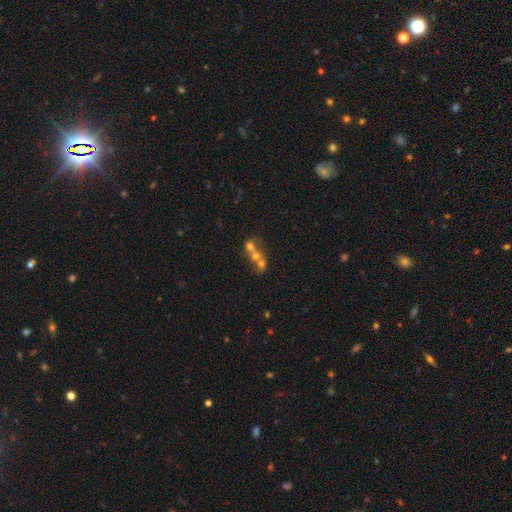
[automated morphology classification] smooth-or-featured: smooth: 55% | featured or disk: 29% | star or artifact: 16%
  how-rounded: round: 66% | in between: 32% | cigar-shaped: 2%
  merging: merger: 70% | none: 20% | minor disturbance: 5% | major disturbance: 4%